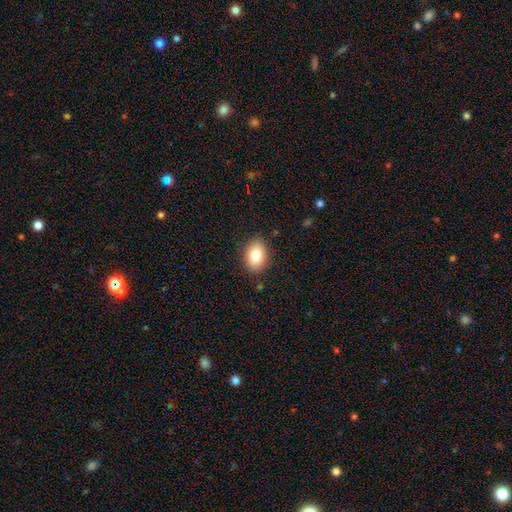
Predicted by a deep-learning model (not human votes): The model was most divided on "how rounded": in between: 84%, round: 15%, cigar-shaped: 1%. More confident: merging — none (86%); smooth or featured — smooth (85%).